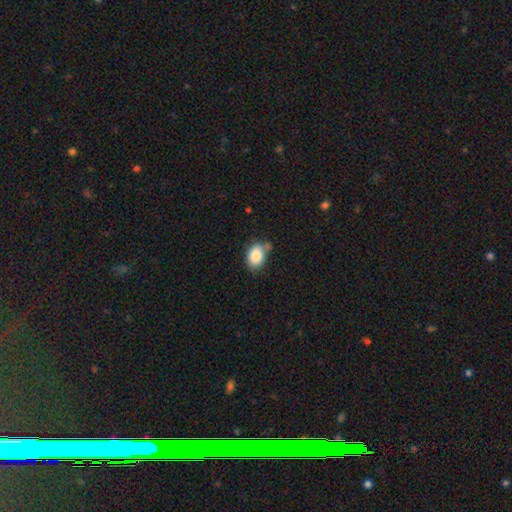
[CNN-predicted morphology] smooth_or_featured: smooth (p=0.86) [alt: star or artifact p=0.08]
how_rounded: in between (p=0.76) [alt: round p=0.23]
merging: none (p=0.62) [alt: minor disturbance p=0.23]